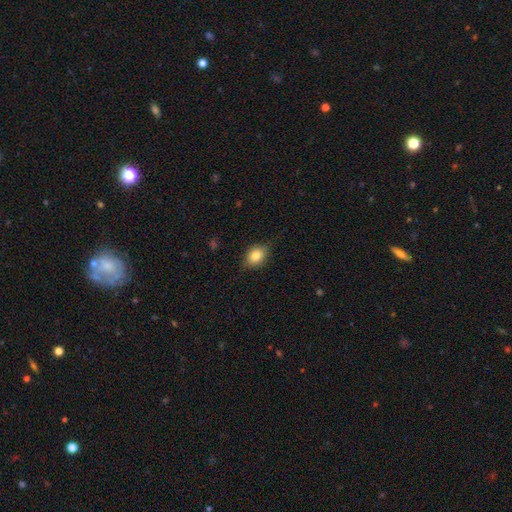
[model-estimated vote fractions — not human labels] smooth_or_featured: smooth (p=0.83) [alt: featured or disk p=0.09]
how_rounded: in between (p=0.64) [alt: round p=0.35]
merging: none (p=0.76) [alt: minor disturbance p=0.20]